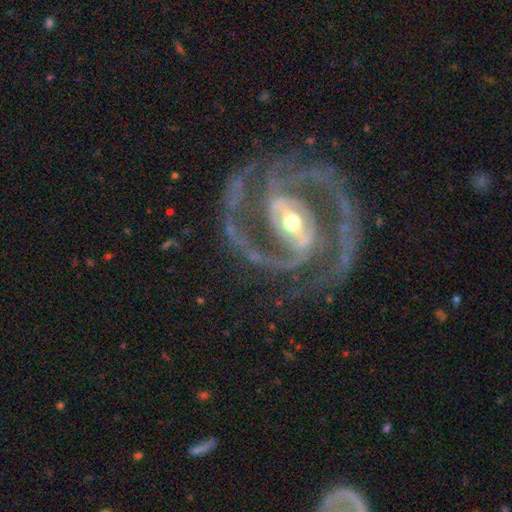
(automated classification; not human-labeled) Smooth or featured? featured or disk (94%)
Edge-on disk? no (98%)
Bar? strong (61%)
Spiral arms? yes (99%)
Spiral winding? medium (50%)
Spiral arm count? 2 (86%)
Bulge size? moderate (52%)
Merging? none (79%)